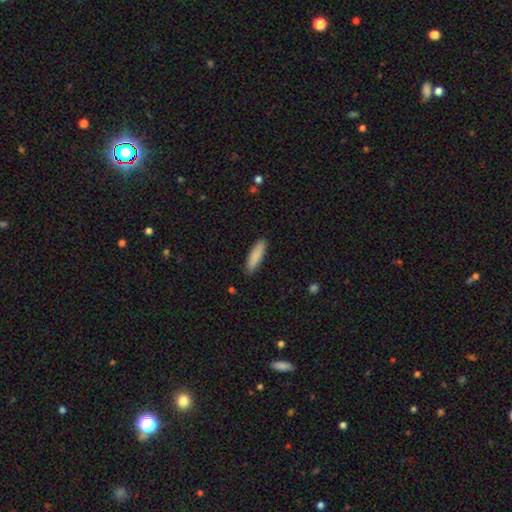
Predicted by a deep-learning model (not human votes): smooth-or-featured: smooth: 87% | featured or disk: 7% | star or artifact: 6%
  how-rounded: cigar-shaped: 66% | in between: 33% | round: 1%
  merging: none: 87% | minor disturbance: 10% | major disturbance: 2% | merger: 1%